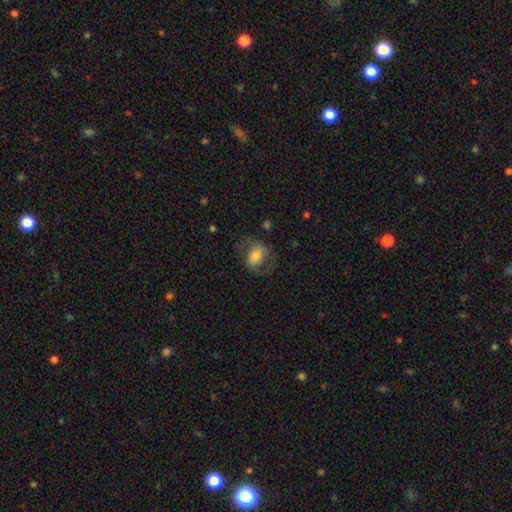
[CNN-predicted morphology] smooth-or-featured: smooth: 56% | featured or disk: 36% | star or artifact: 8%
  how-rounded: in between: 72% | round: 26% | cigar-shaped: 2%
  merging: none: 62% | minor disturbance: 19% | major disturbance: 17% | merger: 2%